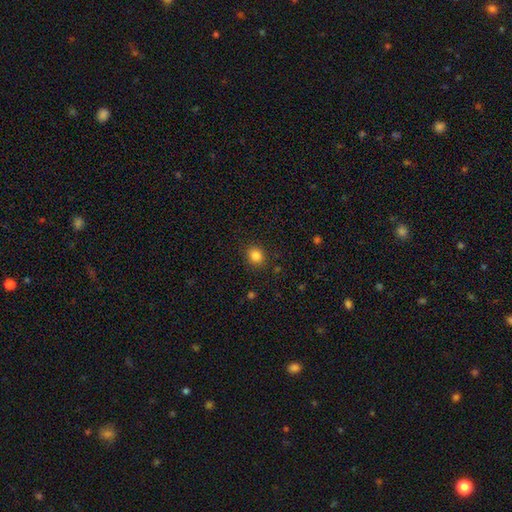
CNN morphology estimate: The model was most divided on "how rounded": round: 71%, in between: 28%, cigar-shaped: 1%. More confident: merging — none (88%); smooth or featured — smooth (84%).